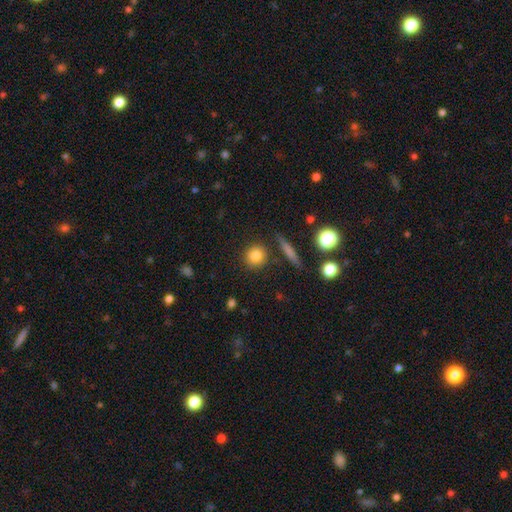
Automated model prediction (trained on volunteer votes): The model was most divided on "smooth or featured": smooth: 81%, star or artifact: 10%, featured or disk: 9%. More confident: how rounded — round (90%); merging — none (86%).